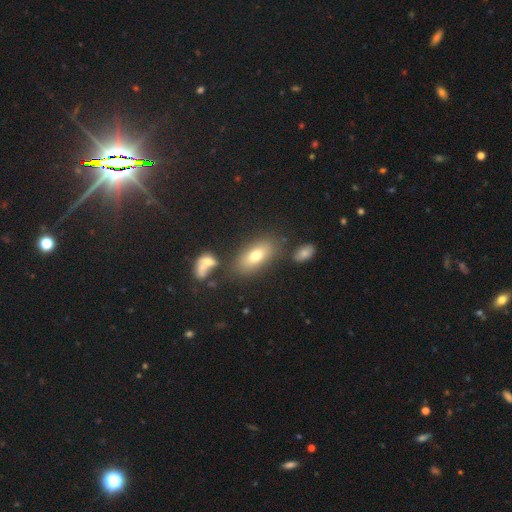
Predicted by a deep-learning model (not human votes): This appears to be a smooth galaxy with no disk features (72%) that is in between round and cigar-shaped (86%). Merging: none (74%).